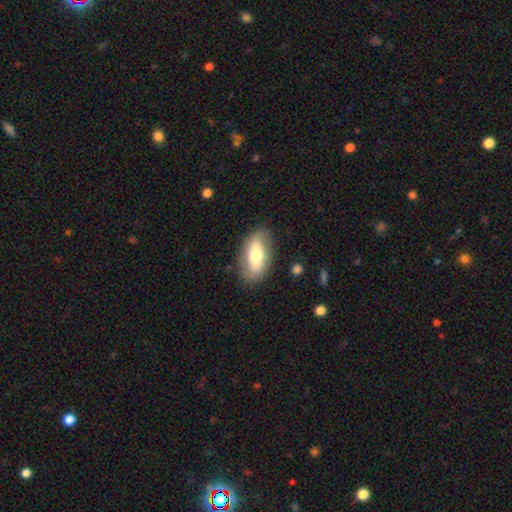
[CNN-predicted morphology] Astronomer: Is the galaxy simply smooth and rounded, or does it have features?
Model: smooth — 54% (runner-up: featured or disk, 39%).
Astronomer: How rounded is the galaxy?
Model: in between — 88%.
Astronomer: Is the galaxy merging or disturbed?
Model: none — 81%.